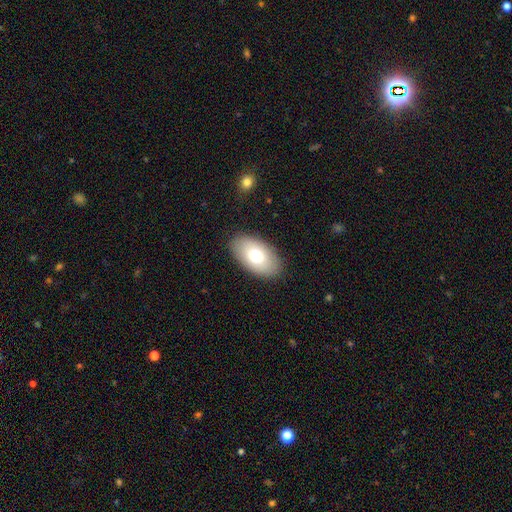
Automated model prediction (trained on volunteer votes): Smooth or featured? Predicted: smooth (p=0.72). How rounded? Predicted: in between (p=0.94). Merging? Predicted: none (p=0.87).